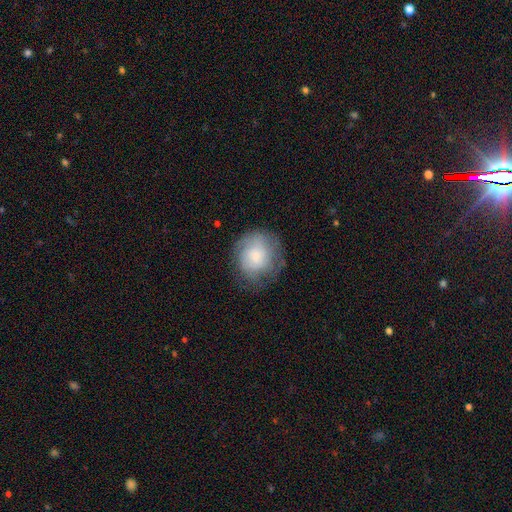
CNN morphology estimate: Overall: smooth (60%; featured or disk 32%). How rounded: round (83%). Merging: none (65%).